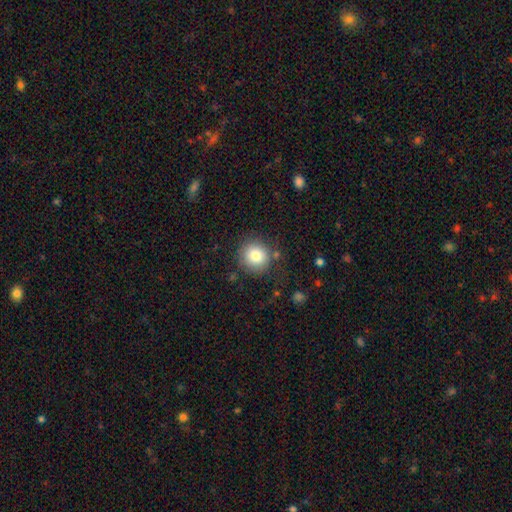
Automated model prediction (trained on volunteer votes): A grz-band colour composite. It shows a smooth galaxy with no disk features (83%) that is round (88%). Merging: none (81%).